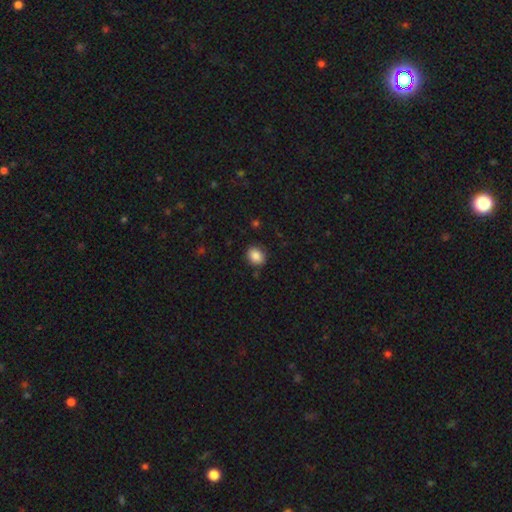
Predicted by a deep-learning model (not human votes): smooth 86%, star or artifact 9%, featured or disk 5%. Down the decision tree: how rounded — in between (51%); merging — none (87%).